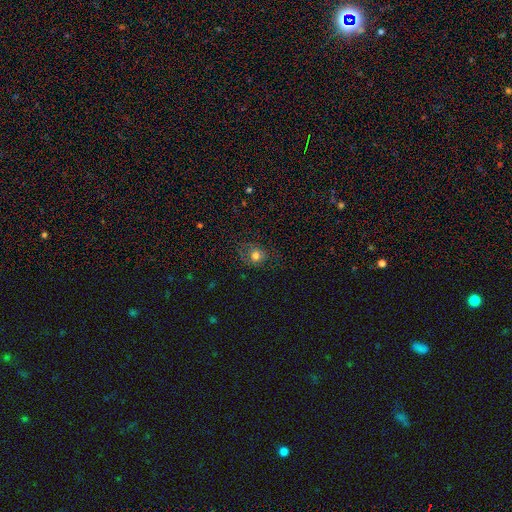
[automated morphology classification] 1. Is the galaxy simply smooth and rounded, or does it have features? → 73% smooth, 14% star or artifact, 13% featured or disk.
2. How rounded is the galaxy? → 75% round, 24% in between, 1% cigar-shaped.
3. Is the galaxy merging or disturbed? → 66% none, 20% minor disturbance, 12% major disturbance, 1% merger.